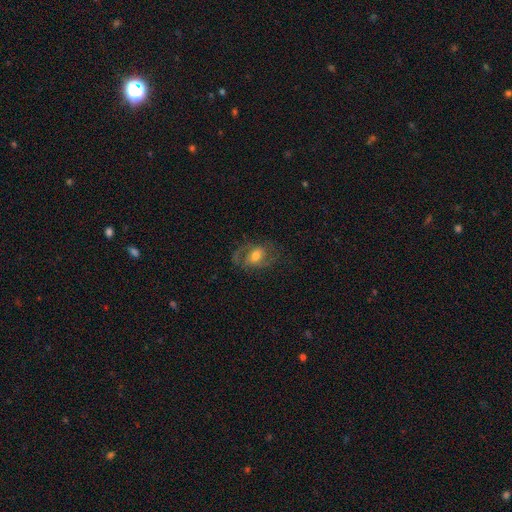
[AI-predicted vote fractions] smooth_or_featured: featured or disk (p=0.68) [alt: smooth p=0.24]
disk_edge_on: no (p=0.96) [alt: yes p=0.04]
bar: no (p=0.44) [alt: weak p=0.43]
has_spiral_arms: yes (p=0.88) [alt: no p=0.12]
spiral_winding: medium (p=0.51) [alt: loose p=0.28]
spiral_arm_count: 2 (p=0.75) [alt: can't tell p=0.10]
bulge_size: moderate (p=0.65) [alt: small p=0.18]
merging: none (p=0.64) [alt: minor disturbance p=0.18]